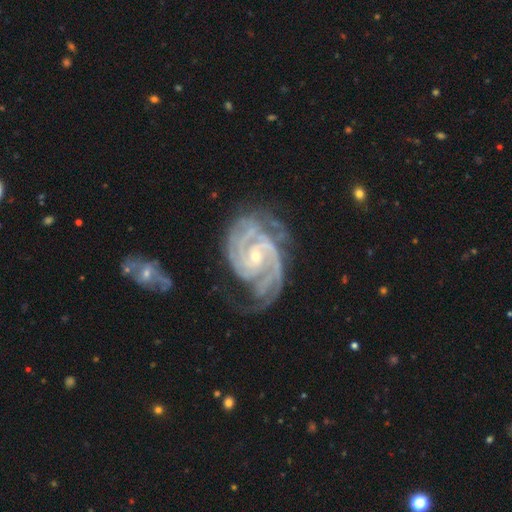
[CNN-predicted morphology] This appears to be a featured or disk galaxy (94%) with no bar (50%), 3 (31%, tied with 2) tight (68%) spiral arms (99%) and a small central bulge (71%). Merging: none (58%).